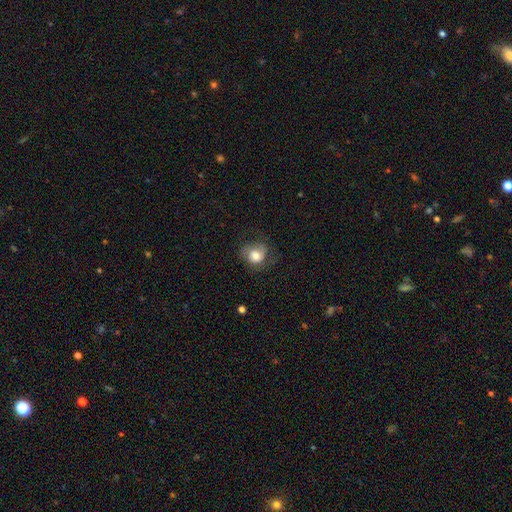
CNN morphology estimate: The model was most divided on "merging": none: 57%, minor disturbance: 25%, major disturbance: 17%, merger: 1%. More confident: how rounded — round (66%); smooth or featured — smooth (66%).